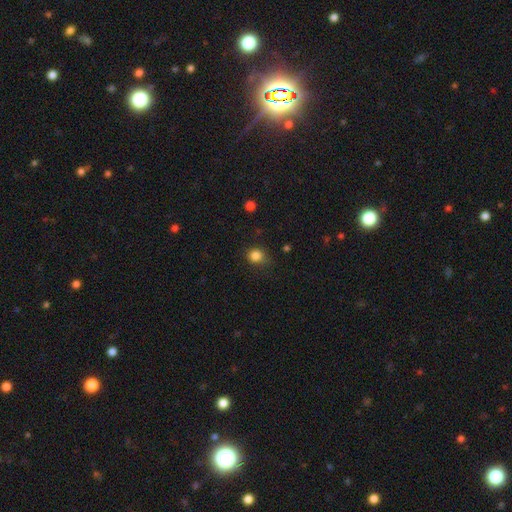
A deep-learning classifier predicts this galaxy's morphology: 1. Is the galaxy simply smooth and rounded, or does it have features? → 84% smooth, 12% star or artifact, 4% featured or disk.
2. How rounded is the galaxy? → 81% round, 18% in between, 1% cigar-shaped.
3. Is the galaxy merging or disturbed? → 77% none, 18% minor disturbance, 4% major disturbance, 2% merger.